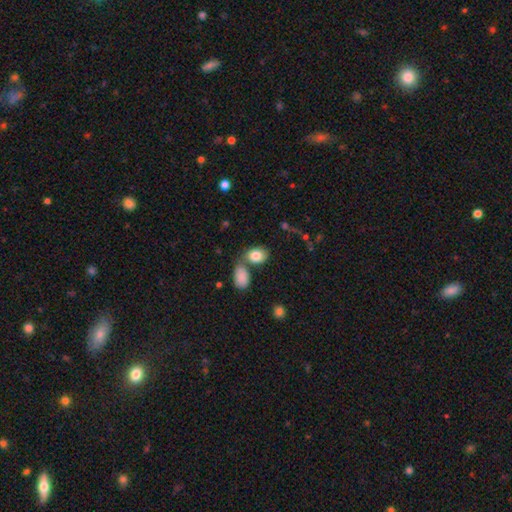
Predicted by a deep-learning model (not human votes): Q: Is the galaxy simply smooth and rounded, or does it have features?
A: smooth — 85%.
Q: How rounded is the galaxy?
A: in between — 77%.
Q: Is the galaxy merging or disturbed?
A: none — 49%.